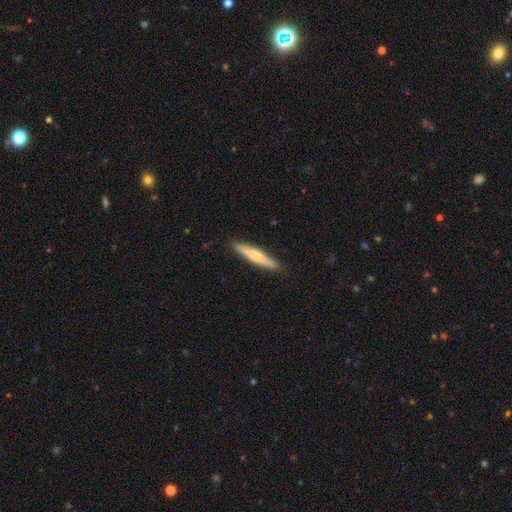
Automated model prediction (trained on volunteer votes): Q: Smooth or featured?
A: smooth (50%); runner-up: featured or disk (45%)
Q: Merging?
A: none (90%); runner-up: minor disturbance (8%)